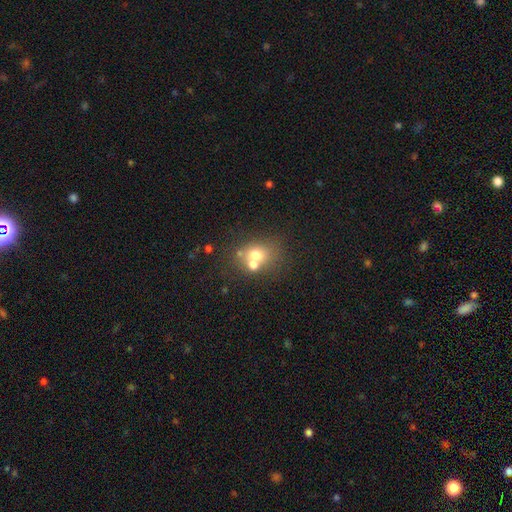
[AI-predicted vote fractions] A smooth galaxy with no disk features (64%) that is round (61%). Merging: merger (47%).